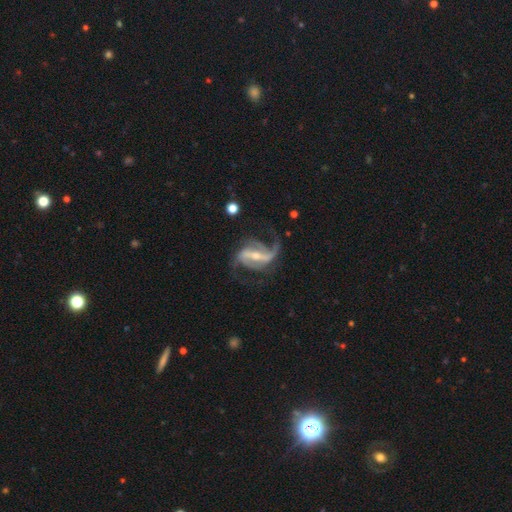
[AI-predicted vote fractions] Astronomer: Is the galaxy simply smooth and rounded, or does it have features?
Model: featured or disk — 90%.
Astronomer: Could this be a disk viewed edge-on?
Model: no — 96%.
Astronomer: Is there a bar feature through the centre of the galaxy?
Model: strong — 65%.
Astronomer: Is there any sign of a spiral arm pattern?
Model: yes — 96%.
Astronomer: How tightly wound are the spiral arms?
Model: loose — 54% (runner-up: medium, 36%).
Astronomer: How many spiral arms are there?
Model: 2 — 57%.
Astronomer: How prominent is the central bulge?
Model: small — 53% (runner-up: moderate, 41%).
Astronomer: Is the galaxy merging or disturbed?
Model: none — 57%.